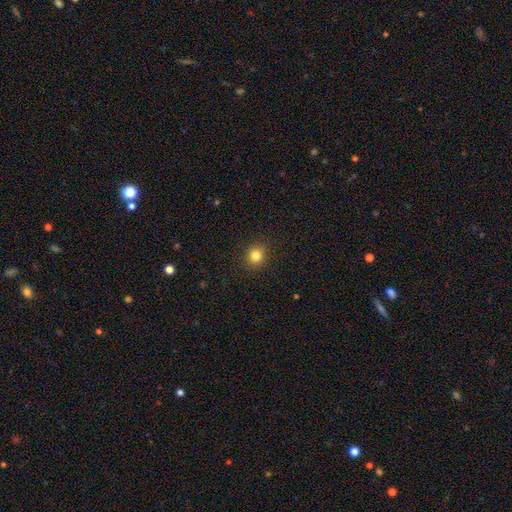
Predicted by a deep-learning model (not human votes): smooth 81%, star or artifact 13%, featured or disk 6%. Down the decision tree: how rounded — round (85%); merging — none (91%).